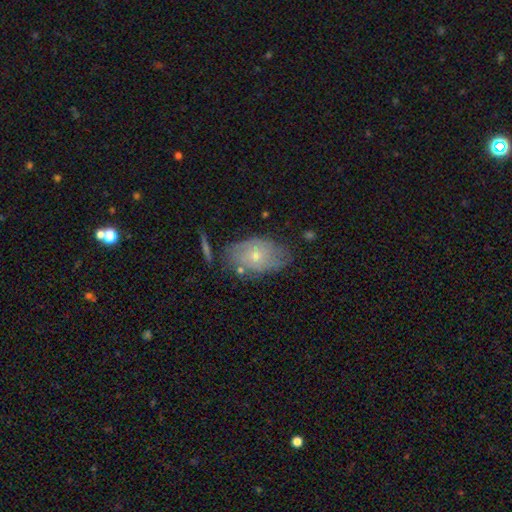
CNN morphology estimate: A smooth galaxy with no disk features (47%). Merging: none (61%).